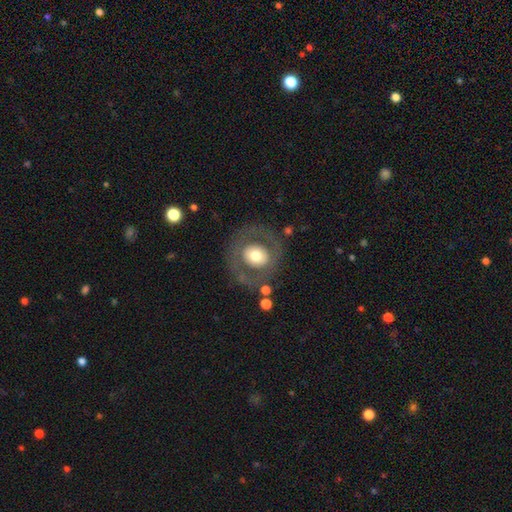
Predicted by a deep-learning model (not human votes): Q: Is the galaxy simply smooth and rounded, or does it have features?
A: smooth — 47%.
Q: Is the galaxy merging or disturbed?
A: none — 77%.